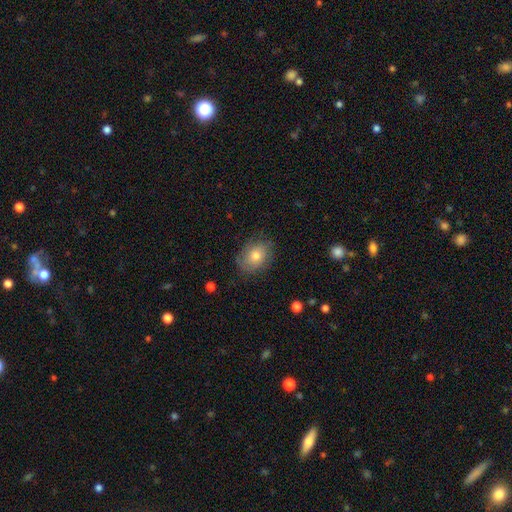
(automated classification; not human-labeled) smooth 66%, featured or disk 25%, star or artifact 9%. Down the decision tree: how rounded — in between (69%); merging — none (77%).